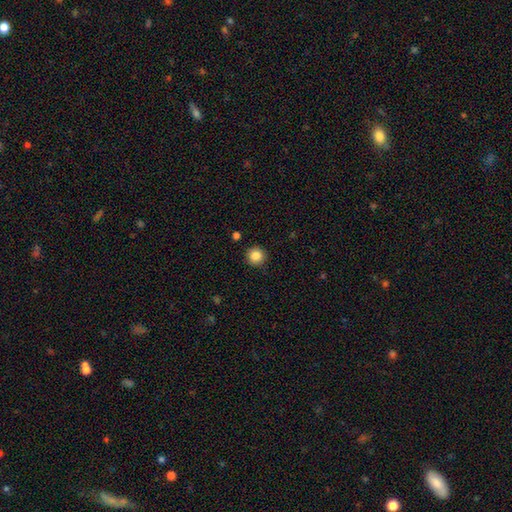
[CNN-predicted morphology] This is clearly a smooth galaxy (85%). How rounded: clearly round (95%). Merging: clearly none (91%).